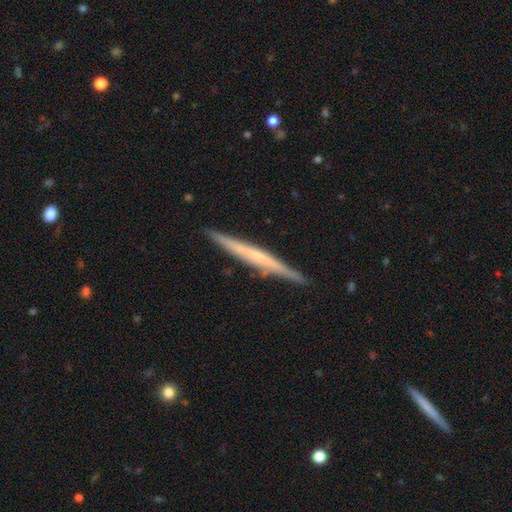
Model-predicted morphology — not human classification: Smooth or featured? featured or disk (63%)
Edge-on disk? yes (97%)
Edge-on bulge? none (69%)
Merging? none (89%)